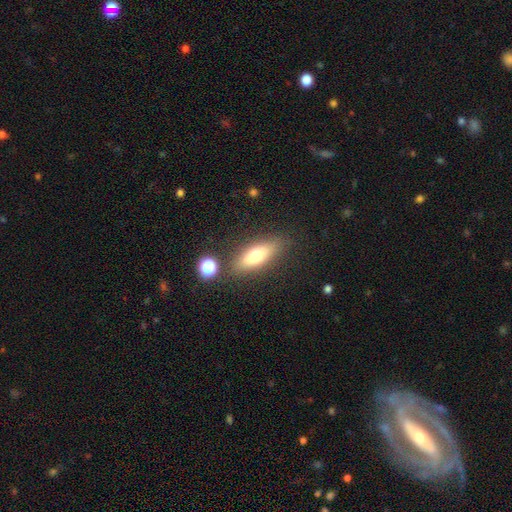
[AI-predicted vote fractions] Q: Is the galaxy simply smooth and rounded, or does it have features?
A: smooth — 67%.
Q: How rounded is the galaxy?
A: in between — 54%.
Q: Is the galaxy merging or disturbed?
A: none — 80%.